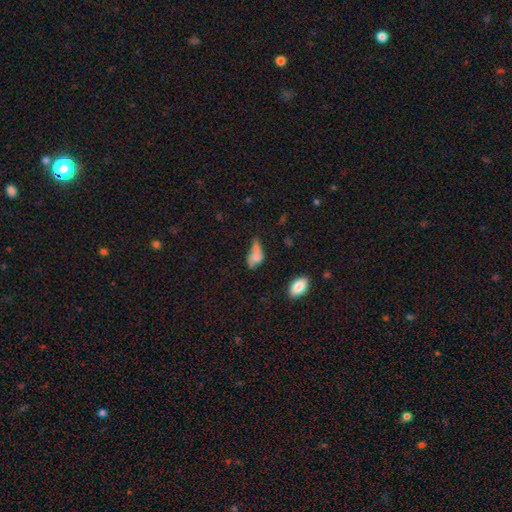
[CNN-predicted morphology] smooth_or_featured: smooth (p=0.64) [alt: featured or disk p=0.25]
how_rounded: in between (p=0.80) [alt: round p=0.11]
merging: none (p=0.28) [alt: minor disturbance p=0.27]